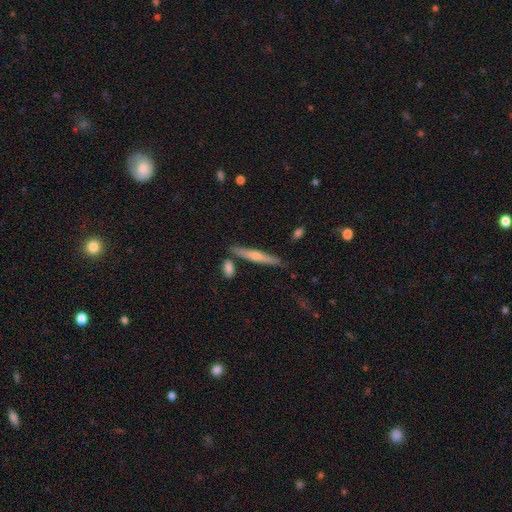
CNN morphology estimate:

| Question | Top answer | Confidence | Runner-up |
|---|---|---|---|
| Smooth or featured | featured or disk | 51% | smooth (43%) |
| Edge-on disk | yes | 95% | no (5%) |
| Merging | none | 83% | minor disturbance (9%) |